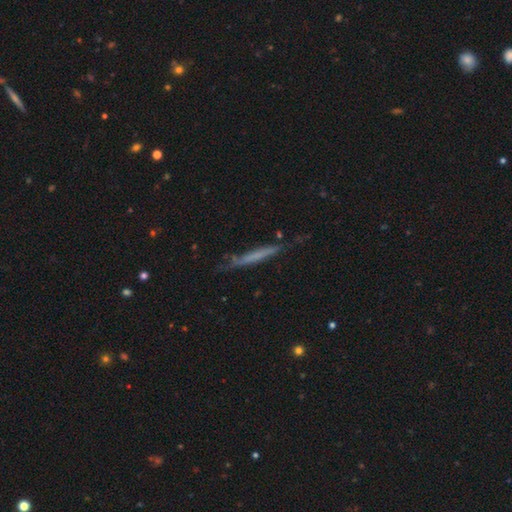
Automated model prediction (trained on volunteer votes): A smooth galaxy with no disk features (48%).

Vote fractions:
- Smooth or featured? smooth: 48% / featured or disk: 44% / star or artifact: 9%
- Merging? none: 70% / minor disturbance: 21% / major disturbance: 6% / merger: 3%